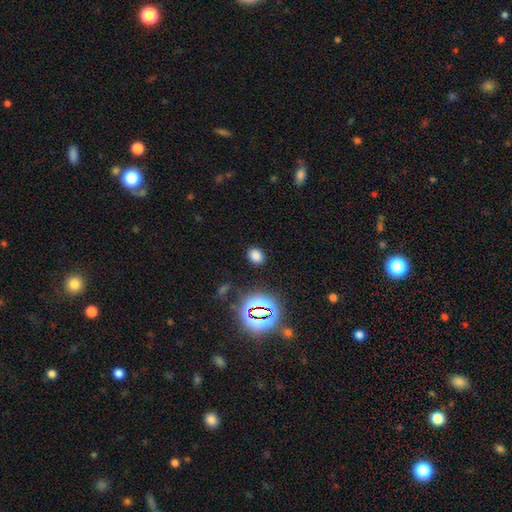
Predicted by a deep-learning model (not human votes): A smooth galaxy with no disk features (74%) that is in between round and cigar-shaped (57%). Merging: none (87%).